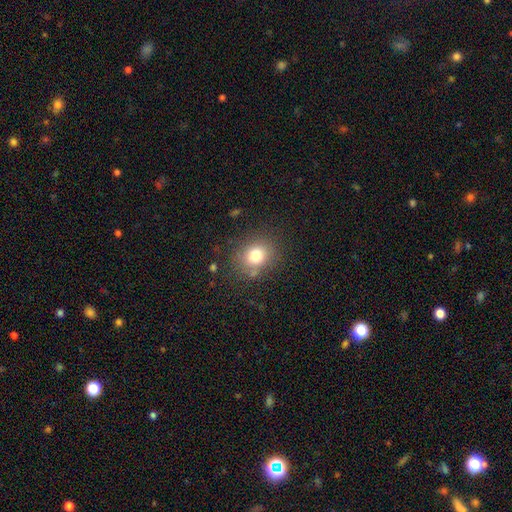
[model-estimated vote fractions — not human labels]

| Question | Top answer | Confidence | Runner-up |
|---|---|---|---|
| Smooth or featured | smooth | 77% | star or artifact (13%) |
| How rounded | round | 70% | in between (29%) |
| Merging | none | 79% | minor disturbance (12%) |